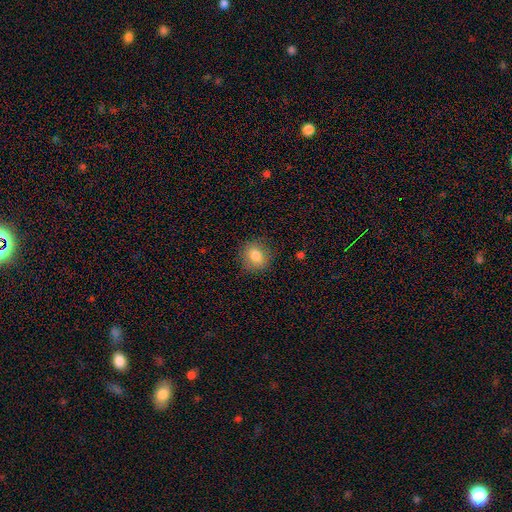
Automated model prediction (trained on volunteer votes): A smooth galaxy with no disk features (82%) that is round (74%).

Vote fractions:
- Smooth or featured? smooth: 82% / star or artifact: 10% / featured or disk: 9%
- How rounded? round: 74% / in between: 25% / cigar-shaped: 1%
- Merging? none: 84% / minor disturbance: 11% / major disturbance: 3% / merger: 1%